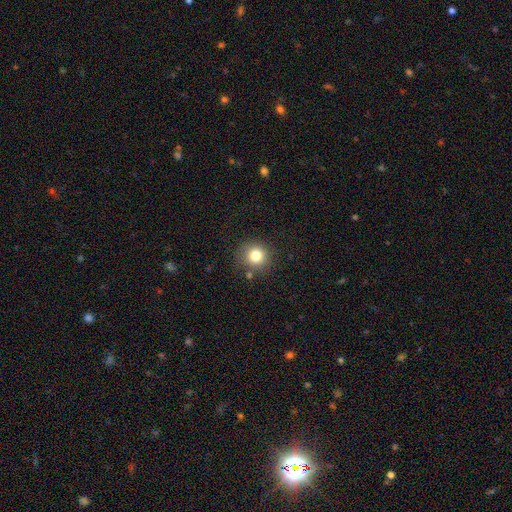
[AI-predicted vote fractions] Q: Smooth or featured?
A: smooth (80%); runner-up: star or artifact (12%)
Q: How rounded?
A: round (91%); runner-up: in between (8%)
Q: Merging?
A: none (81%); runner-up: minor disturbance (11%)